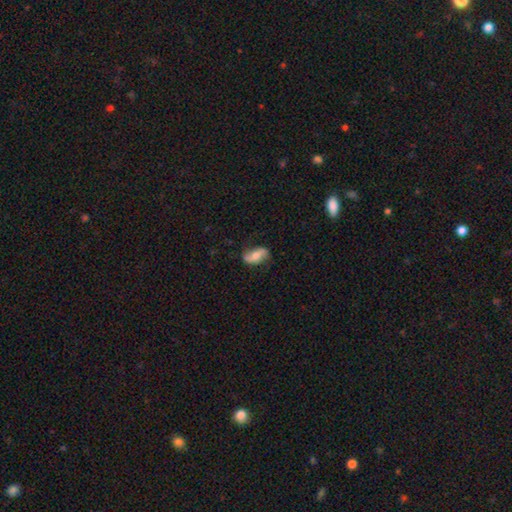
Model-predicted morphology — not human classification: Smooth or featured?
  - featured or disk: 56% *
  - smooth: 37%
  - star or artifact: 8%
Edge-on disk?
  - no: 91% *
  - yes: 9%
Bar?
  - no: 49% *
  - weak: 29%
  - strong: 22%
Spiral arms?
  - yes: 85% *
  - no: 15%
Bulge size?
  - moderate: 59% *
  - small: 27%
  - large: 8%
  - none: 4%
  - dominant: 2%
Merging?
  - none: 74% *
  - minor disturbance: 18%
  - major disturbance: 6%
  - merger: 2%